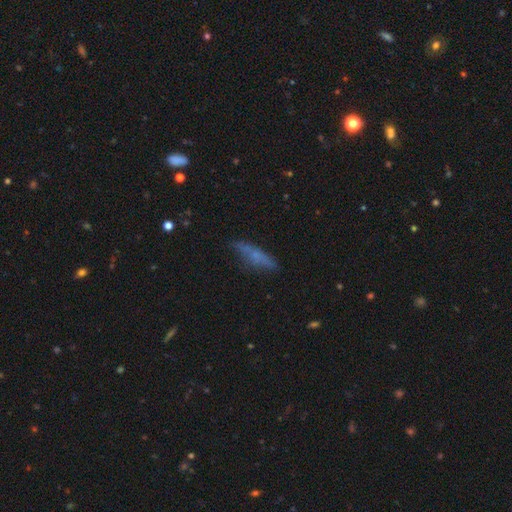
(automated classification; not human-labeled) This appears to be a smooth galaxy with no disk features (52%) that is cigar-shaped (76%). Merging: none (75%).